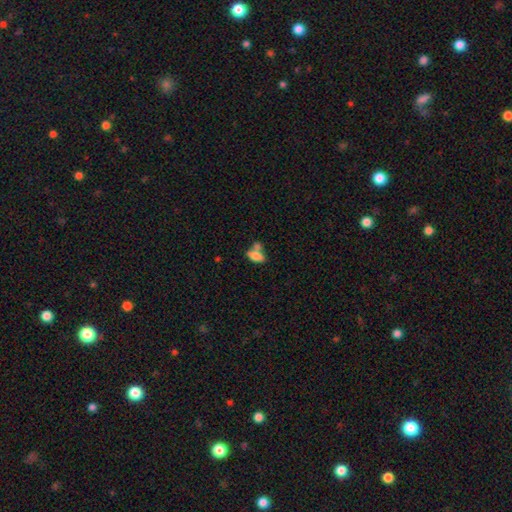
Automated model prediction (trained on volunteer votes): The model was most divided on "merging": none: 42%, merger: 38%, minor disturbance: 14%, major disturbance: 6%. More confident: how rounded — in between (84%); smooth or featured — smooth (75%).